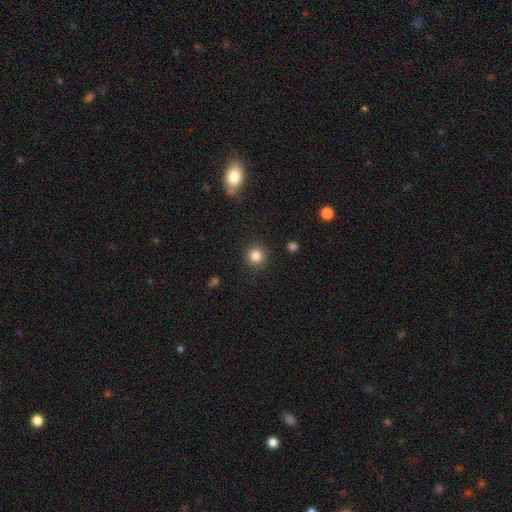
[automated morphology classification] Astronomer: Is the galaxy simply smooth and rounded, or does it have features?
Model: smooth — 84%.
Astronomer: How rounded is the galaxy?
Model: round — 94%.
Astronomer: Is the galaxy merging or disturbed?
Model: none — 90%.